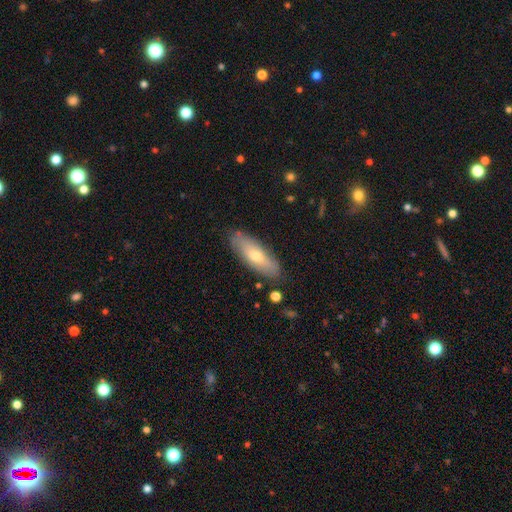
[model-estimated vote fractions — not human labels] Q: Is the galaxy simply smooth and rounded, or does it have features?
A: smooth — 60%.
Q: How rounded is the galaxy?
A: in between — 59%.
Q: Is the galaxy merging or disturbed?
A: none — 84%.